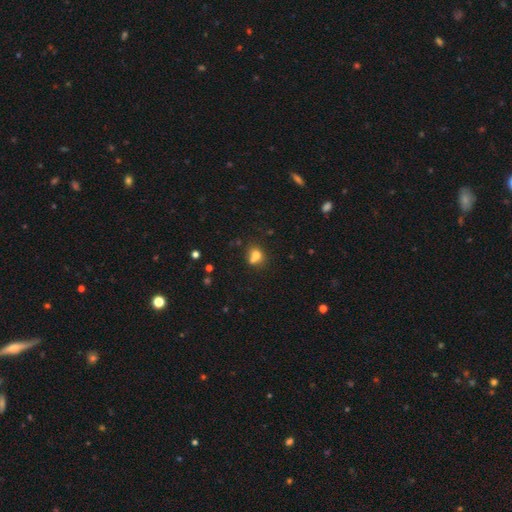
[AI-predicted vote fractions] Q: Smooth or featured?
A: smooth (73%); runner-up: featured or disk (14%)
Q: How rounded?
A: round (65%); runner-up: in between (34%)
Q: Merging?
A: none (43%); runner-up: merger (35%)